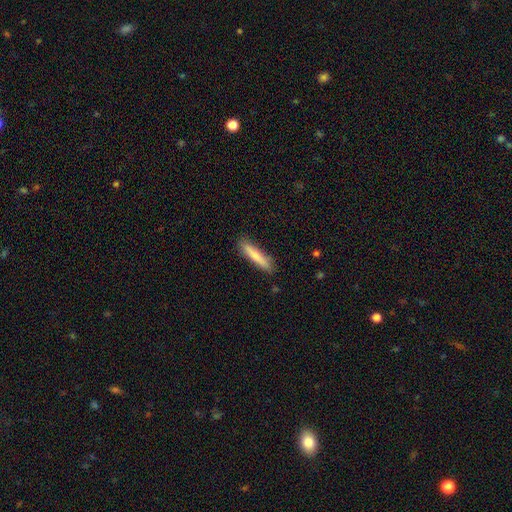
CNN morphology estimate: A smooth galaxy with no disk features (78%) that is cigar-shaped (90%).

Vote fractions:
- Smooth or featured? smooth: 78% / featured or disk: 17% / star or artifact: 6%
- How rounded? cigar-shaped: 90% / in between: 9% / round: 1%
- Merging? none: 86% / minor disturbance: 10% / major disturbance: 2% / merger: 1%